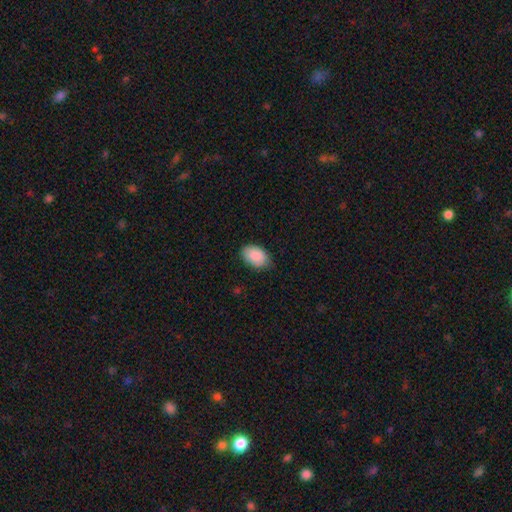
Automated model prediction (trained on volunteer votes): Smooth or featured? smooth (89%)
How rounded? in between (90%)
Merging? none (80%)